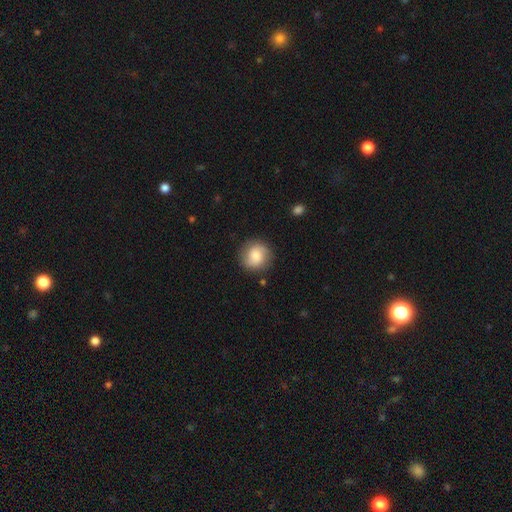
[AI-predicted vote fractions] A smooth galaxy with no disk features (73%) that is round (89%). Merging: none (84%).